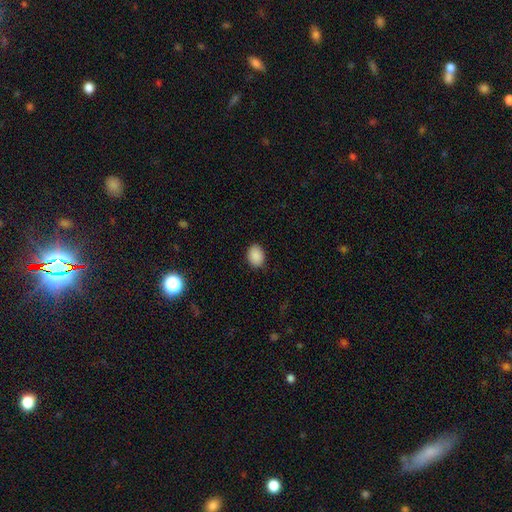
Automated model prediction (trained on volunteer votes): Q: Smooth or featured?
A: smooth (89%); runner-up: star or artifact (8%)
Q: How rounded?
A: in between (62%); runner-up: round (37%)
Q: Merging?
A: none (86%); runner-up: minor disturbance (11%)